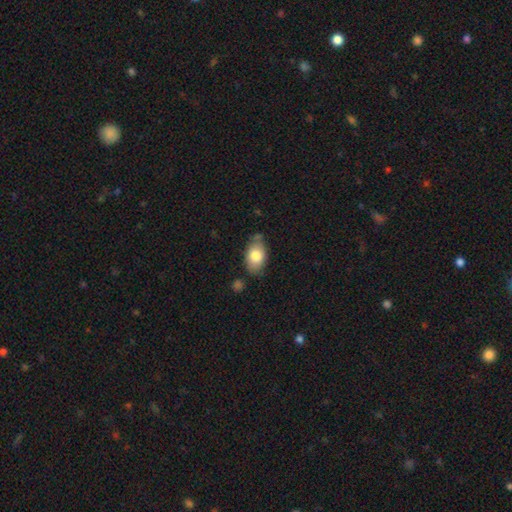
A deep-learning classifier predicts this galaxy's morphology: This appears to be a smooth galaxy with no disk features (80%) that is in between round and cigar-shaped (89%). Merging: none (70%).